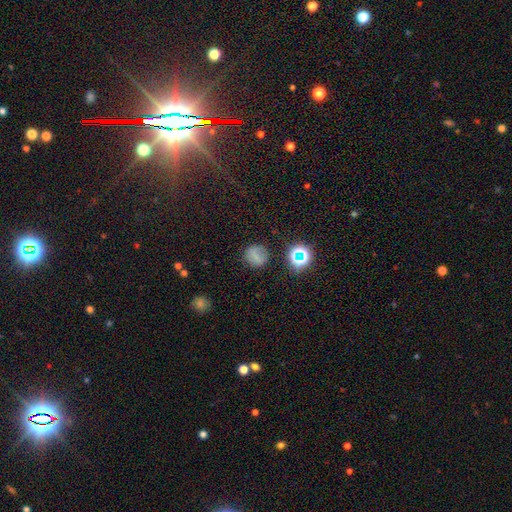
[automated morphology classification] smooth 67%, star or artifact 20%, featured or disk 12%. Down the decision tree: how rounded — round (87%); merging — none (82%).